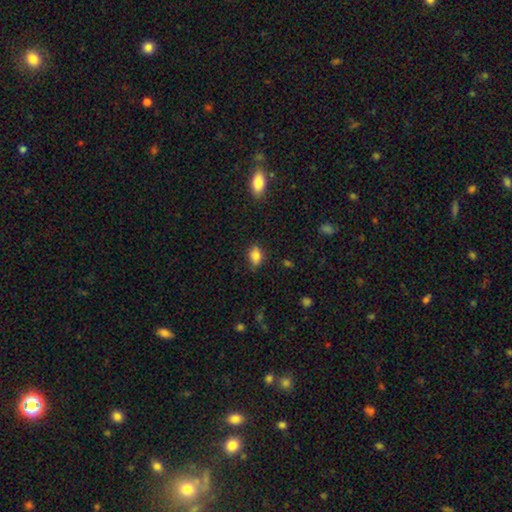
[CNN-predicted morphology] The model was most divided on "merging": none: 75%, minor disturbance: 20%, major disturbance: 4%, merger: 2%. More confident: smooth or featured — smooth (83%); how rounded — in between (77%).